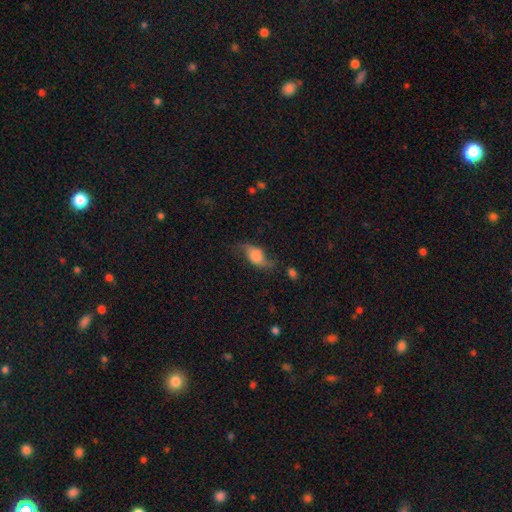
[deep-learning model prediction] Smooth or featured? Predicted: featured or disk (p=0.45, tied with smooth). Merging? Predicted: none (p=0.59).